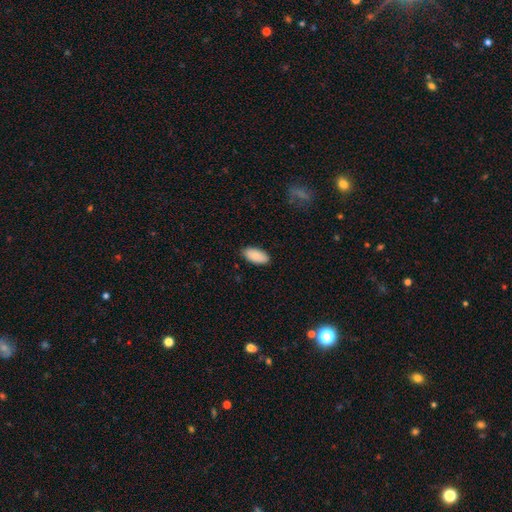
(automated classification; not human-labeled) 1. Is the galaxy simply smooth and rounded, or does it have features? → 90% smooth, 6% star or artifact, 4% featured or disk.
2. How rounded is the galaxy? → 94% in between, 4% cigar-shaped, 2% round.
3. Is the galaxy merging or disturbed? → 88% none, 9% minor disturbance, 2% major disturbance, 1% merger.